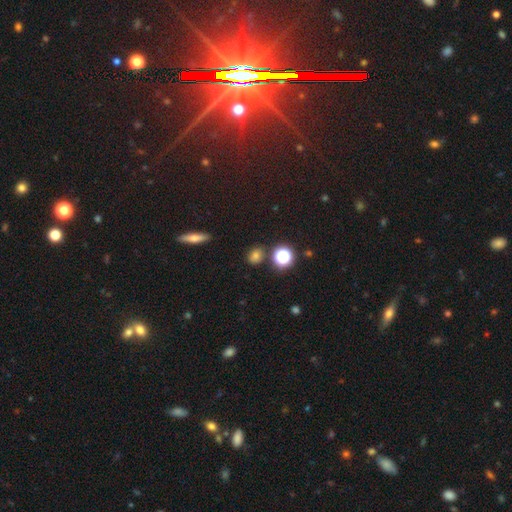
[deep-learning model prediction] A smooth galaxy with no disk features (67%) that is round (62%).

Vote fractions:
- Smooth or featured? smooth: 67% / star or artifact: 25% / featured or disk: 8%
- How rounded? round: 62% / in between: 35% / cigar-shaped: 3%
- Merging? none: 82% / minor disturbance: 10% / merger: 6% / major disturbance: 3%